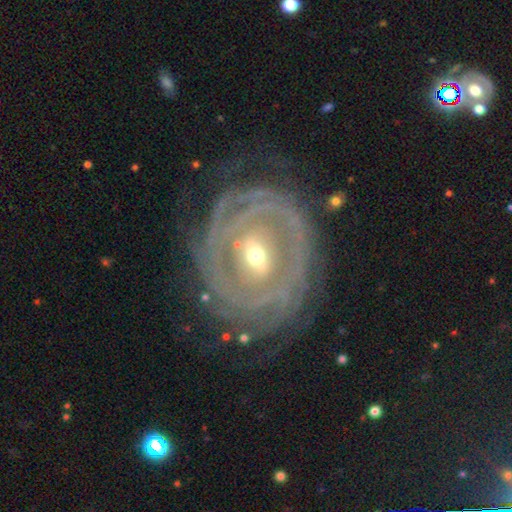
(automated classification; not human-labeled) Q: Smooth or featured?
A: featured or disk (87%); runner-up: smooth (7%)
Q: Edge-on disk?
A: no (96%); runner-up: yes (4%)
Q: Bar?
A: weak (42%); runner-up: strong (29%)
Q: Spiral arms?
A: yes (92%); runner-up: no (8%)
Q: Spiral winding?
A: tight (83%); runner-up: medium (13%)
Q: Spiral arm count?
A: can't tell (38%); runner-up: 2 (18%)
Q: Bulge size?
A: moderate (49%); runner-up: small (47%)
Q: Merging?
A: none (73%); runner-up: minor disturbance (17%)